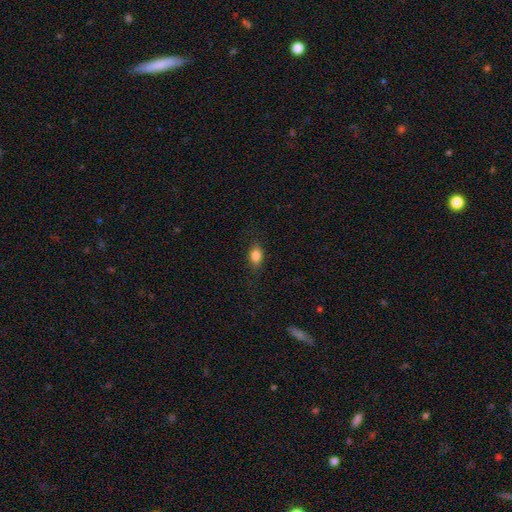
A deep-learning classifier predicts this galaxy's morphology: Smooth or featured?
  - smooth: 84% *
  - star or artifact: 9%
  - featured or disk: 7%
How rounded?
  - in between: 77% *
  - round: 20%
  - cigar-shaped: 3%
Merging?
  - none: 83% *
  - minor disturbance: 12%
  - major disturbance: 3%
  - merger: 1%